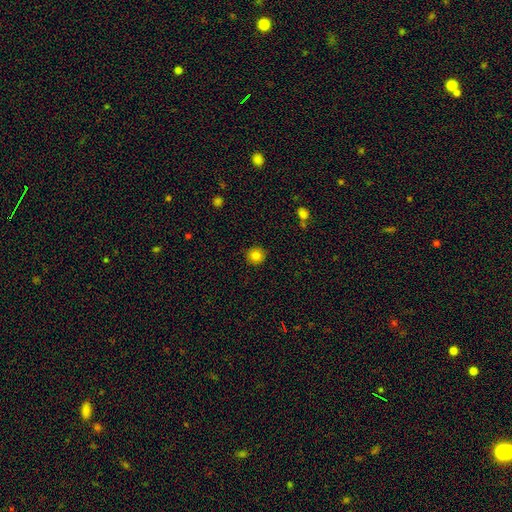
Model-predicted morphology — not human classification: The model was most divided on "smooth or featured": smooth: 83%, star or artifact: 11%, featured or disk: 7%. More confident: how rounded — round (93%); merging — none (90%).